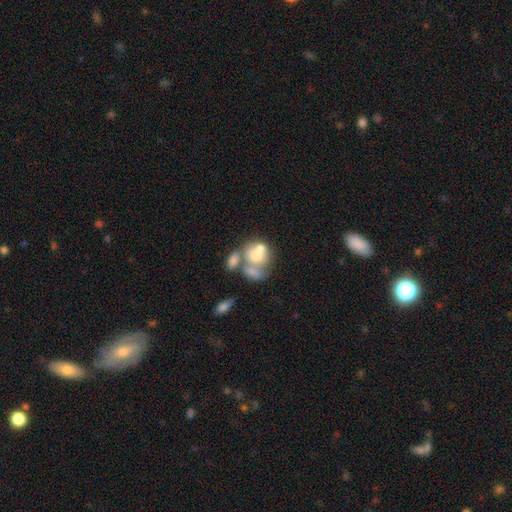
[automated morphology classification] smooth 54%, featured or disk 35%, star or artifact 10%. Down the decision tree: how rounded — in between (52%); merging — merger (56%).